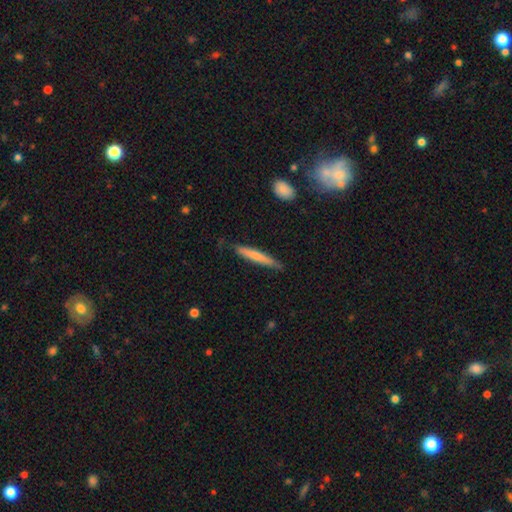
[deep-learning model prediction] The model was most divided on "smooth or featured": smooth: 64%, featured or disk: 30%, star or artifact: 5%. More confident: how rounded — cigar-shaped (94%); merging — none (79%).